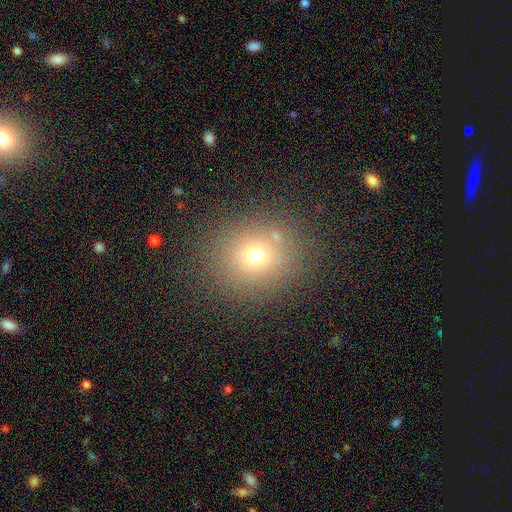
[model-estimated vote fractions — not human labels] Overall: smooth (69%). How rounded: round (74%). Merging: none (82%).